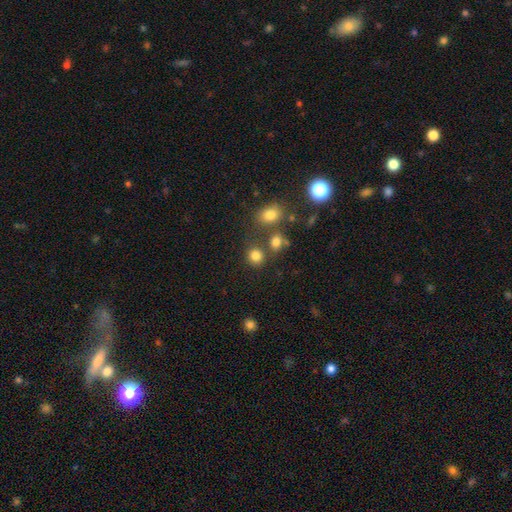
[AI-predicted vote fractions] smooth_or_featured: smooth (p=0.80) [alt: star or artifact p=0.14]
how_rounded: round (p=0.80) [alt: in between p=0.19]
merging: none (p=0.71) [alt: merger p=0.15]